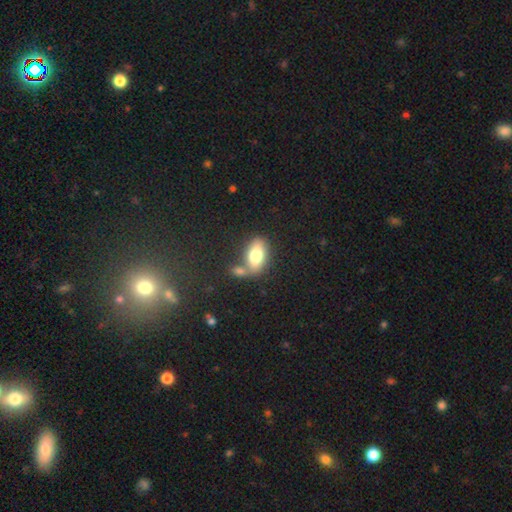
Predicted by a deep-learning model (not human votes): Q: Smooth or featured?
A: smooth (76%); runner-up: featured or disk (16%)
Q: How rounded?
A: in between (89%); runner-up: round (8%)
Q: Merging?
A: none (51%); runner-up: merger (30%)